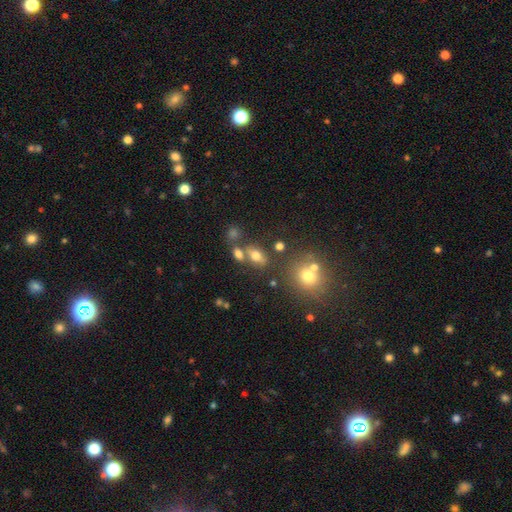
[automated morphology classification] Overall: smooth (66%). How rounded: in between (79%). Merging: none (59%; merger 21%).